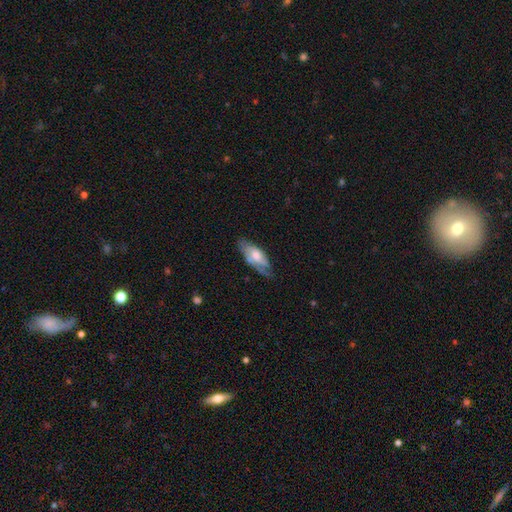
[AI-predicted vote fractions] This appears to be a featured or disk galaxy (57%). Merging: none (57%).